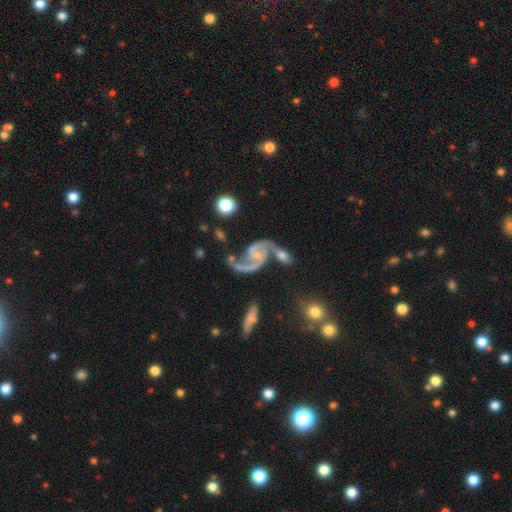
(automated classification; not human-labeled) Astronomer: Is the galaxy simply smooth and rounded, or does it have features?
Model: featured or disk — 90%.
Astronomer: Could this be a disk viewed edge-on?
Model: no — 98%.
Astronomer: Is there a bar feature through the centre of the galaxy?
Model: no — 54% (runner-up: weak, 35%).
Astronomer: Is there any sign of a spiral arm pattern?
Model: yes — 96%.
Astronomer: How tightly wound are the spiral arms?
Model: loose — 46% (runner-up: medium, 43%).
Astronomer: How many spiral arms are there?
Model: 2 — 90%.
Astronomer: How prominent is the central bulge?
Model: small — 61%.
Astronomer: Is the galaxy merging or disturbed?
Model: none — 37% (runner-up: merger, 29%).